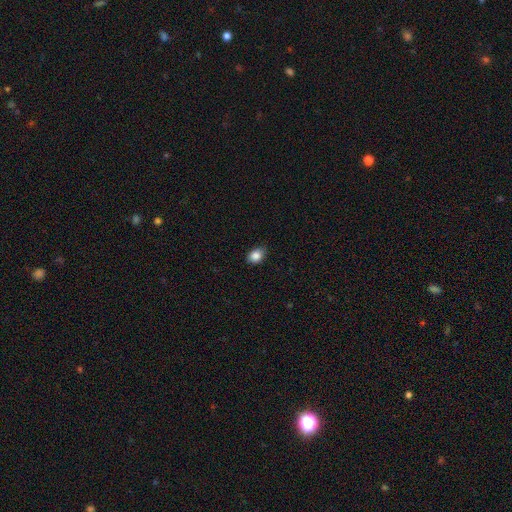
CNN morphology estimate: The model was most divided on "how rounded": in between: 66%, round: 33%, cigar-shaped: 1%. More confident: smooth or featured — smooth (87%); merging — none (81%).